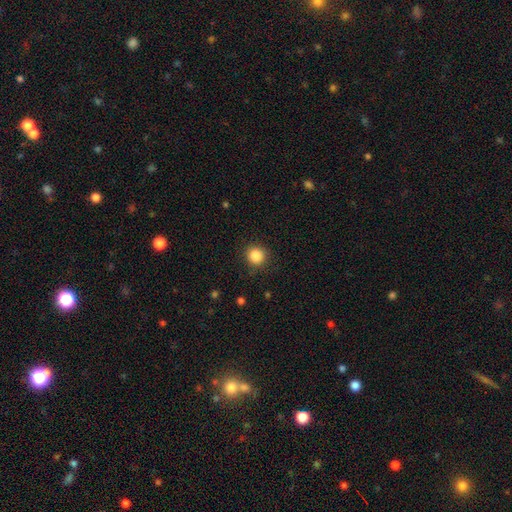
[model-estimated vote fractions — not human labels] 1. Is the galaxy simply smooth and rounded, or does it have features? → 86% smooth, 10% star or artifact, 4% featured or disk.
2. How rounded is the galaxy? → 92% round, 7% in between, 1% cigar-shaped.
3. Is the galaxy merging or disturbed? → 89% none, 7% minor disturbance, 3% major disturbance, 1% merger.